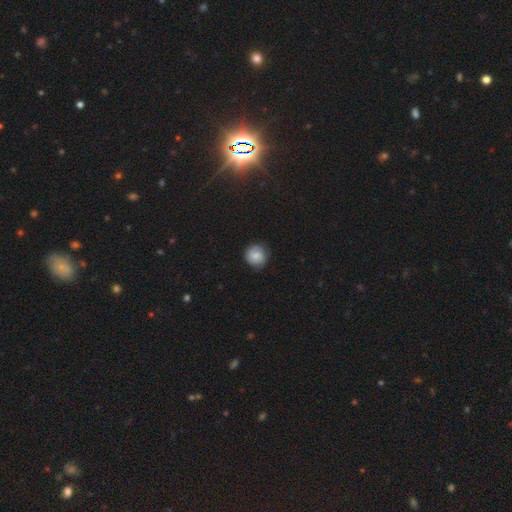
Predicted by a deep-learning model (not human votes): Q: Smooth or featured?
A: smooth (73%); runner-up: featured or disk (18%)
Q: How rounded?
A: round (91%); runner-up: in between (8%)
Q: Merging?
A: none (79%); runner-up: minor disturbance (17%)